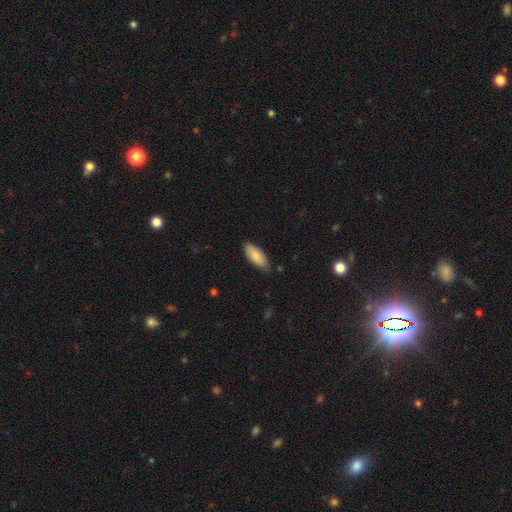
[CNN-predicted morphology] smooth_or_featured: smooth (p=0.85) [alt: featured or disk p=0.10]
how_rounded: in between (p=0.77) [alt: cigar-shaped p=0.21]
merging: none (p=0.82) [alt: minor disturbance p=0.15]